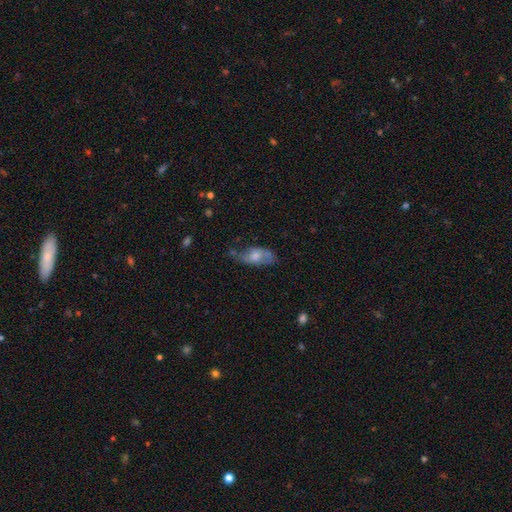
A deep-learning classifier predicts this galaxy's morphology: smooth 59%, featured or disk 34%, star or artifact 8%. Down the decision tree: how rounded — in between (88%); merging — none (47%).